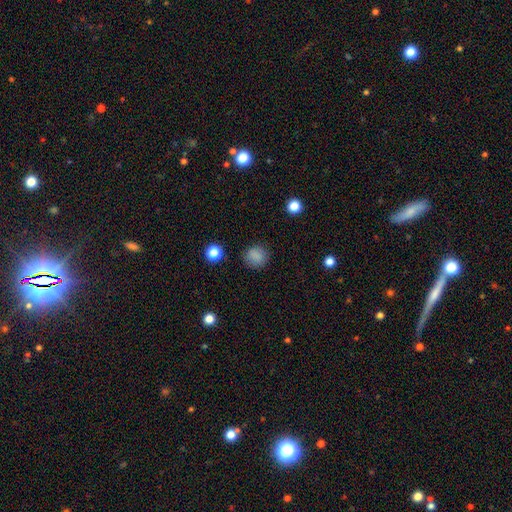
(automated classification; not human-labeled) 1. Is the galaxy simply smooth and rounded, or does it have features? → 84% smooth, 11% star or artifact, 4% featured or disk.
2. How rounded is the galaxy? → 86% round, 13% in between, 1% cigar-shaped.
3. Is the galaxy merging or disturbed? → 85% none, 10% minor disturbance, 3% major disturbance, 1% merger.